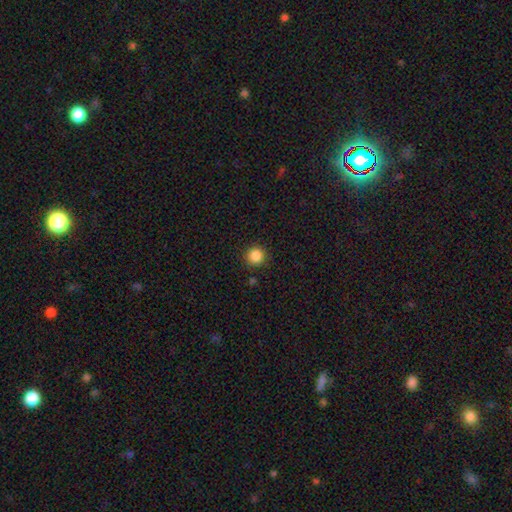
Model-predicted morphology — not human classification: smooth_or_featured: smooth (p=0.86) [alt: star or artifact p=0.11]
how_rounded: round (p=0.94) [alt: in between p=0.05]
merging: none (p=0.90) [alt: minor disturbance p=0.06]